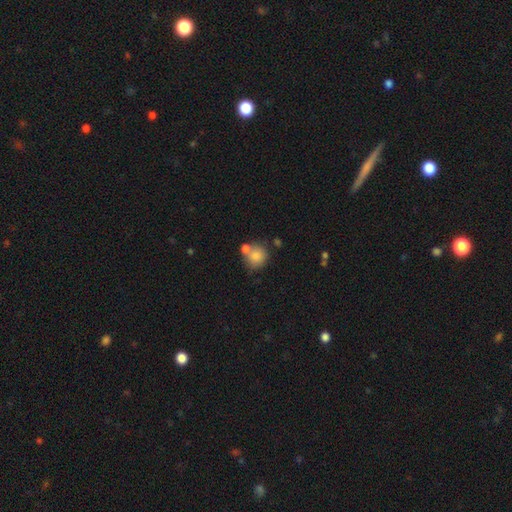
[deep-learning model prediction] The model was most divided on "merging": none: 54%, merger: 30%, minor disturbance: 13%, major disturbance: 4%. More confident: how rounded — round (85%); smooth or featured — smooth (81%).